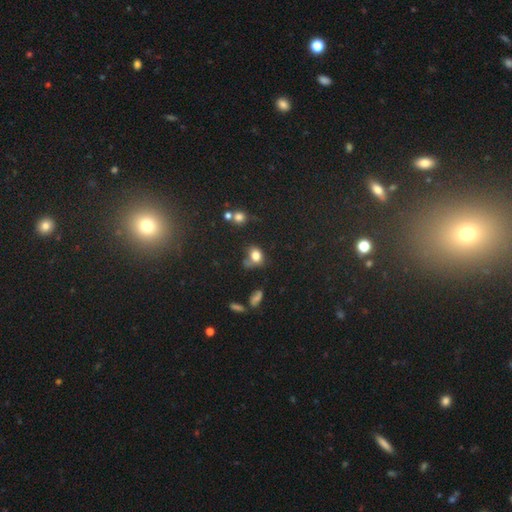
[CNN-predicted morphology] Overall: smooth (77%). How rounded: in between (57%; round 42%). Merging: none (44%; minor disturbance 29%).